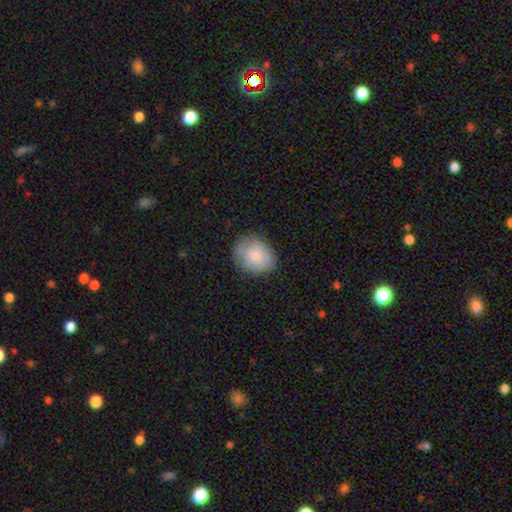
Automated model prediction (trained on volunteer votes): Q: Smooth or featured?
A: smooth (77%); runner-up: featured or disk (16%)
Q: How rounded?
A: round (55%); runner-up: in between (45%)
Q: Merging?
A: none (76%); runner-up: minor disturbance (18%)